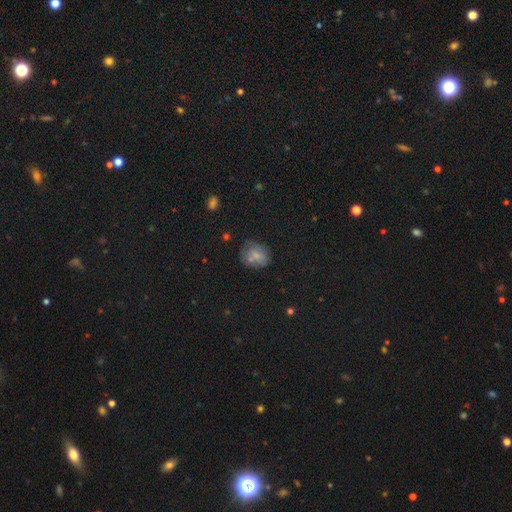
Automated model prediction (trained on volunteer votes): A smooth galaxy with no disk features (66%) that is round (52%). Merging: none (55%).